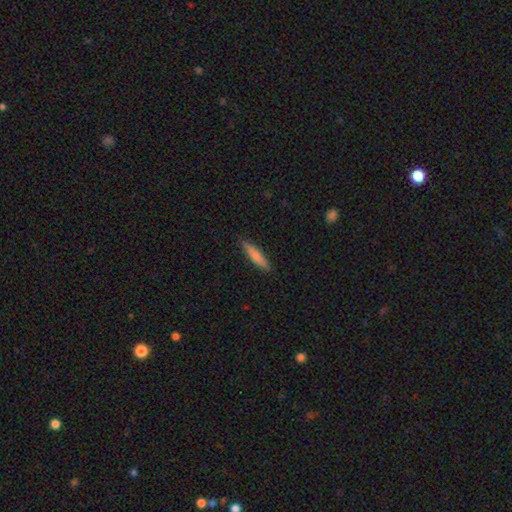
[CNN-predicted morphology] Q: Smooth or featured?
A: smooth (79%); runner-up: featured or disk (15%)
Q: How rounded?
A: cigar-shaped (86%); runner-up: in between (13%)
Q: Merging?
A: none (89%); runner-up: minor disturbance (9%)